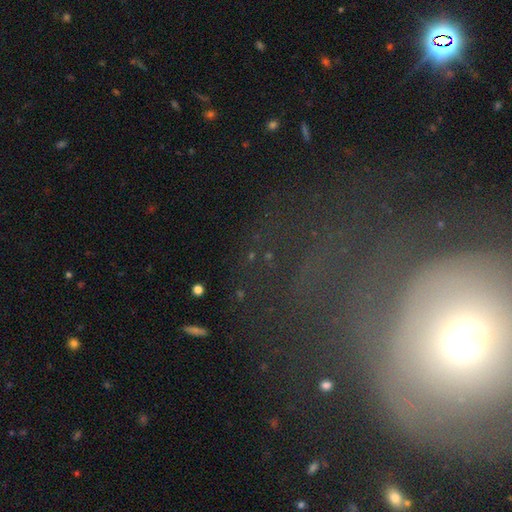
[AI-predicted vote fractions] Q: Smooth or featured?
A: featured or disk (36%); runner-up: smooth (32%)
Q: Merging?
A: none (55%); runner-up: major disturbance (26%)